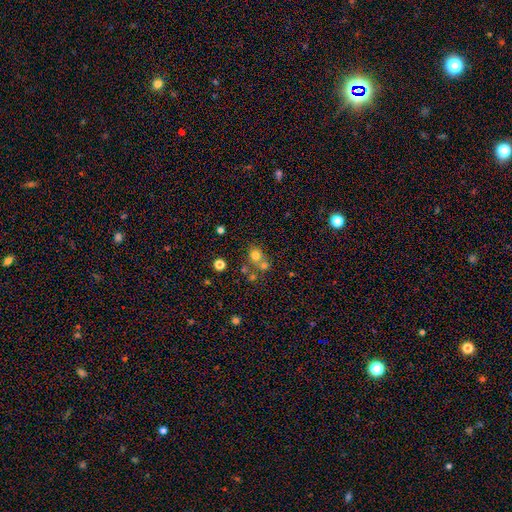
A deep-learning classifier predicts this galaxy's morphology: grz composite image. It shows a smooth galaxy with no disk features (70%) that is round (78%). Merging: none (52%).